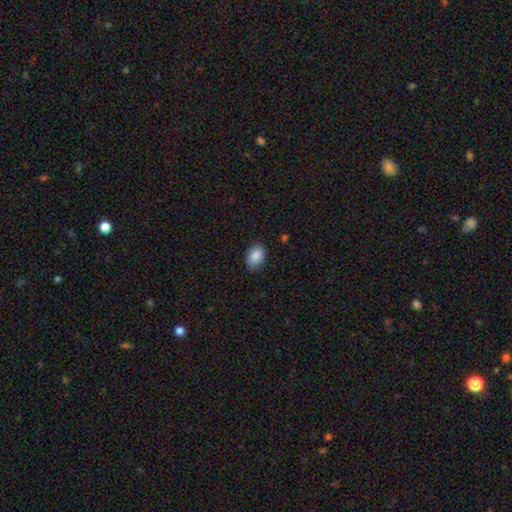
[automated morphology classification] The model was most divided on "how rounded": in between: 81%, round: 18%, cigar-shaped: 1%. More confident: smooth or featured — smooth (88%); merging — none (80%).